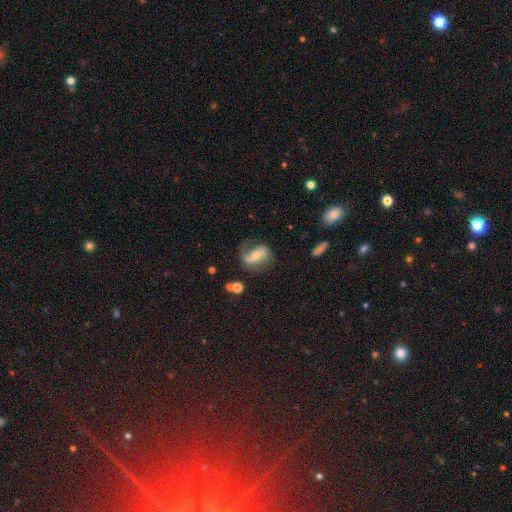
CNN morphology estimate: smooth_or_featured: featured or disk (p=0.70) [alt: smooth p=0.22]
disk_edge_on: no (p=0.94) [alt: yes p=0.06]
bar: strong (p=0.39) [alt: weak p=0.31]
has_spiral_arms: yes (p=0.87) [alt: no p=0.13]
spiral_winding: loose (p=0.51) [alt: medium p=0.35]
spiral_arm_count: 2 (p=0.72) [alt: 1 p=0.19]
bulge_size: moderate (p=0.49) [alt: small p=0.45]
merging: none (p=0.59) [alt: minor disturbance p=0.22]